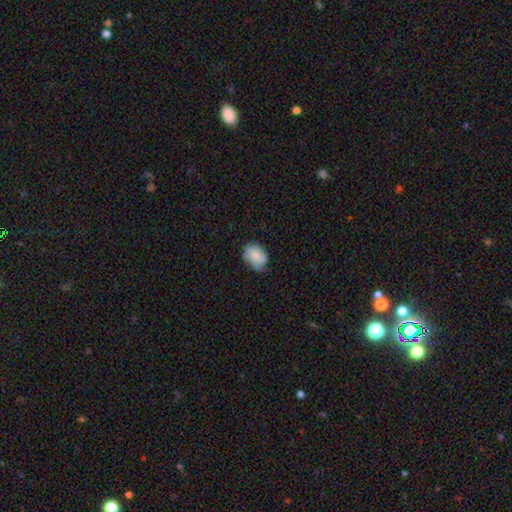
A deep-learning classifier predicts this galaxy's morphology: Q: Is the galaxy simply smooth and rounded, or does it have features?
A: smooth — 67%.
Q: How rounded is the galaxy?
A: in between — 74%.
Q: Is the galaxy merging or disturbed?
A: none — 48%.